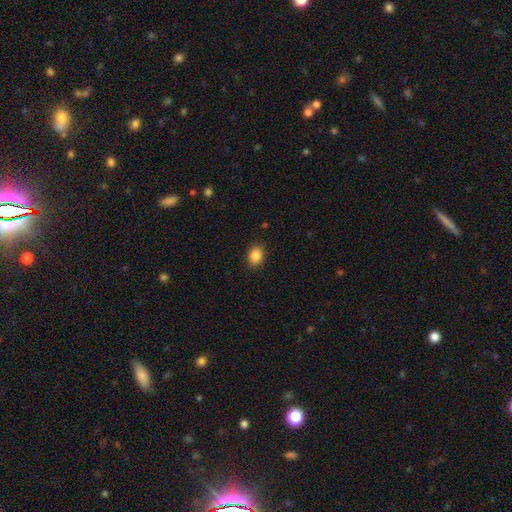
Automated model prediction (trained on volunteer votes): Q: Smooth or featured?
A: smooth (87%); runner-up: star or artifact (9%)
Q: How rounded?
A: in between (66%); runner-up: round (33%)
Q: Merging?
A: none (89%); runner-up: minor disturbance (8%)